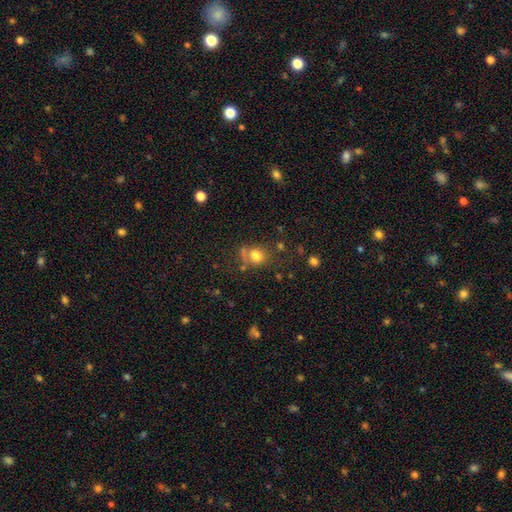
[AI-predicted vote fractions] smooth-or-featured: smooth: 76% | star or artifact: 14% | featured or disk: 10%
  how-rounded: round: 67% | in between: 32% | cigar-shaped: 1%
  merging: none: 58% | minor disturbance: 17% | merger: 16% | major disturbance: 9%